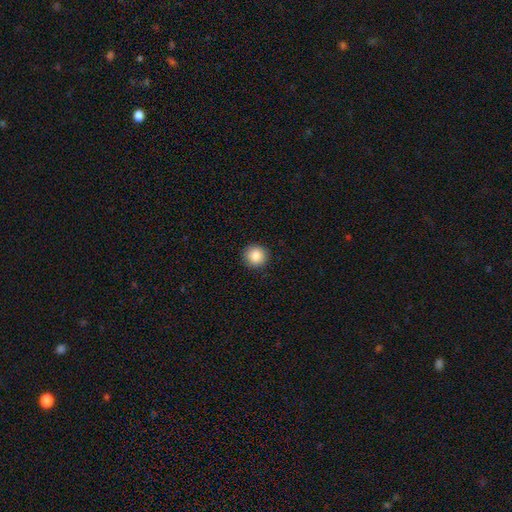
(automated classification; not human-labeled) Smooth or featured? Predicted: smooth (p=0.86). How rounded? Predicted: round (p=0.93). Merging? Predicted: none (p=0.91).